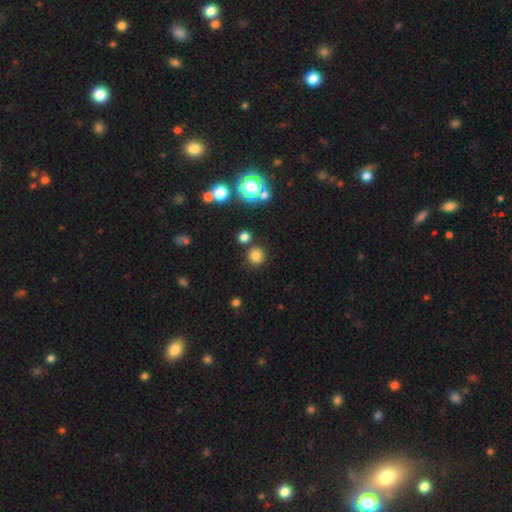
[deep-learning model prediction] This appears to be a smooth galaxy with no disk features (76%) that is round (94%). Merging: none (83%).